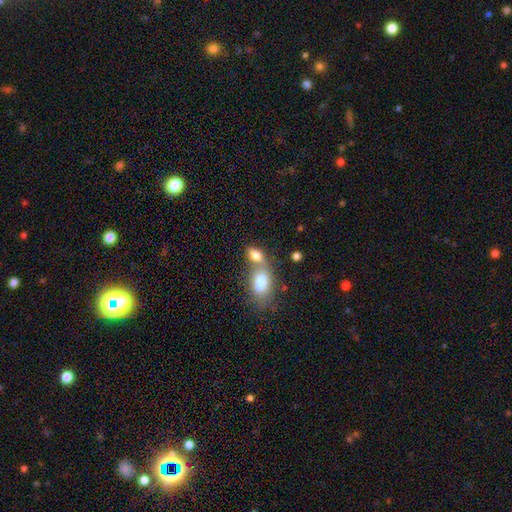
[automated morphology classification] type=smooth (80%); roundness=in between (85%); merging=merger (60%).